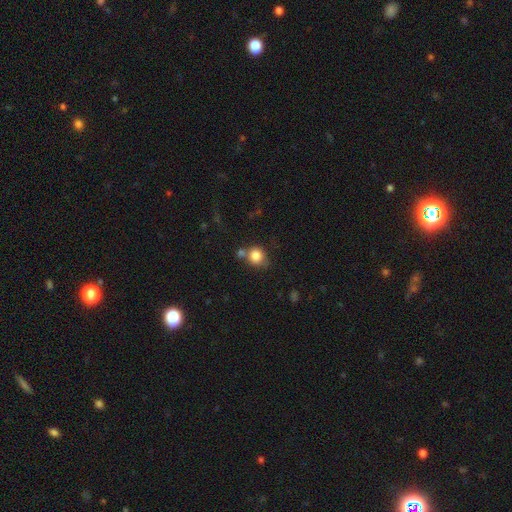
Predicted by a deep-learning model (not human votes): Morphology: type=smooth (83%); roundness=round (81%); merging=none (58%).